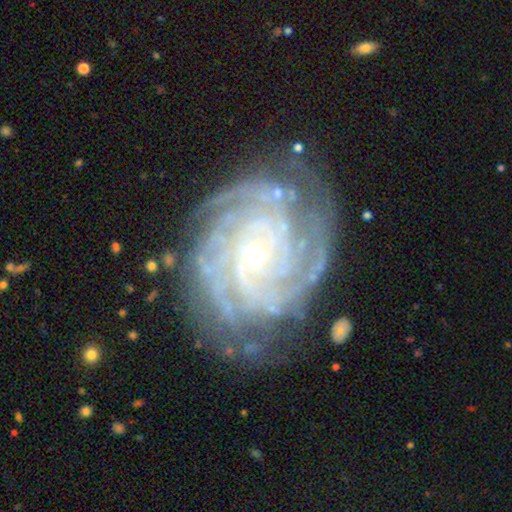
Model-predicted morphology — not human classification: featured or disk 90%, star or artifact 6%, smooth 4%. Down the decision tree: edge-on disk — no (97%); bar — no (72%); spiral arms — yes (98%); spiral arm count — 4 (26%); spiral winding — tight (77%); bulge size — small (81%); merging — none (74%).